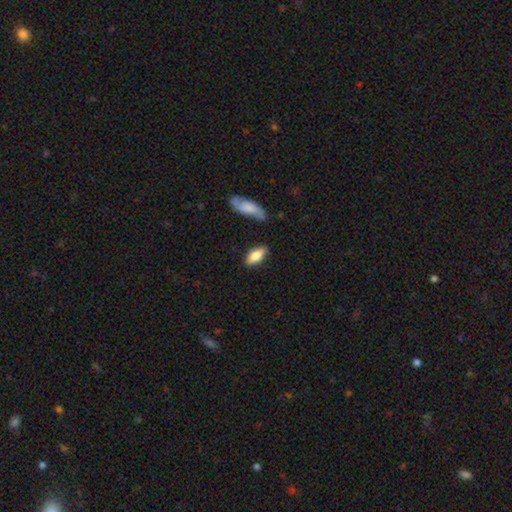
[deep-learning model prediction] smooth_or_featured: smooth (p=0.81) [alt: featured or disk p=0.13]
how_rounded: in between (p=0.84) [alt: cigar-shaped p=0.14]
merging: none (p=0.78) [alt: minor disturbance p=0.16]